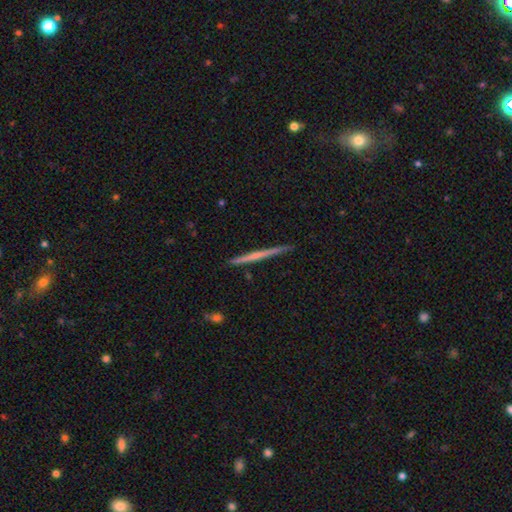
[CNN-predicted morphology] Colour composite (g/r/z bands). It shows a featured or disk galaxy (55%) viewed edge-on (98%) with no central bulge (79%). Merging: none (91%).